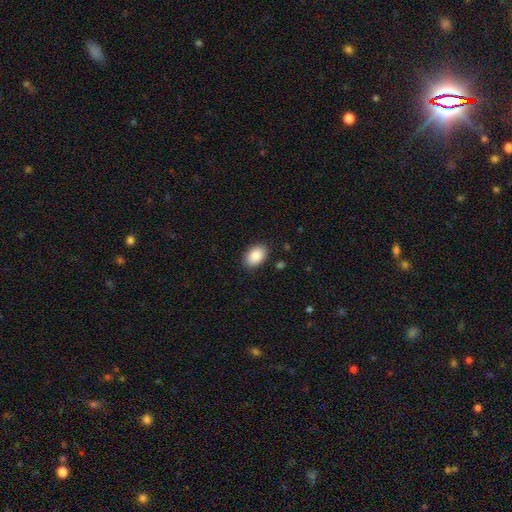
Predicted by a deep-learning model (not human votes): A smooth galaxy with no disk features (88%) that is in between round and cigar-shaped (87%).

Vote fractions:
- Smooth or featured? smooth: 88% / star or artifact: 7% / featured or disk: 5%
- How rounded? in between: 87% / round: 12% / cigar-shaped: 1%
- Merging? none: 88% / minor disturbance: 9% / major disturbance: 2% / merger: 1%